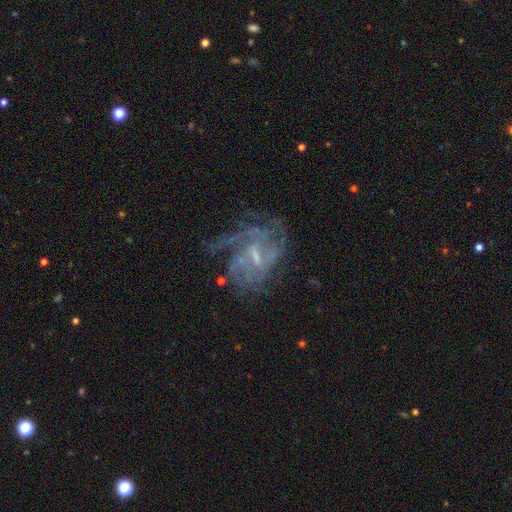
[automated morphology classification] Smooth or featured? Predicted: featured or disk (p=0.79). Edge-on disk? Predicted: no (p=0.97). Bar? Predicted: weak (p=0.56). Spiral arms? Predicted: yes (p=0.82). Spiral winding? Predicted: medium (p=0.43). Spiral arm count? Predicted: can't tell (p=0.42). Bulge size? Predicted: small (p=0.51). Merging? Predicted: none (p=0.45).